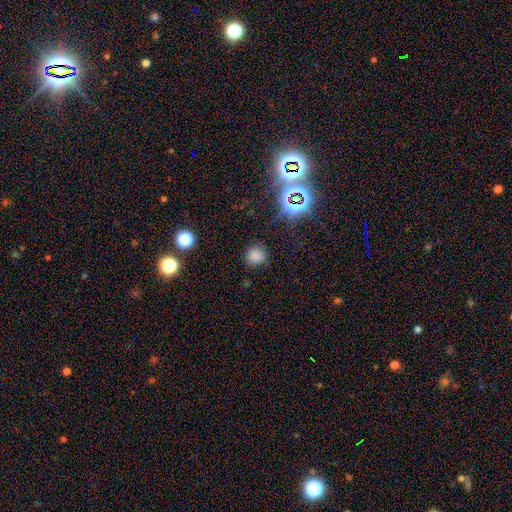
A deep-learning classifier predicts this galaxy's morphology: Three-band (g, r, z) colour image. It shows a smooth galaxy with no disk features (74%) that is round (89%). Merging: none (85%).